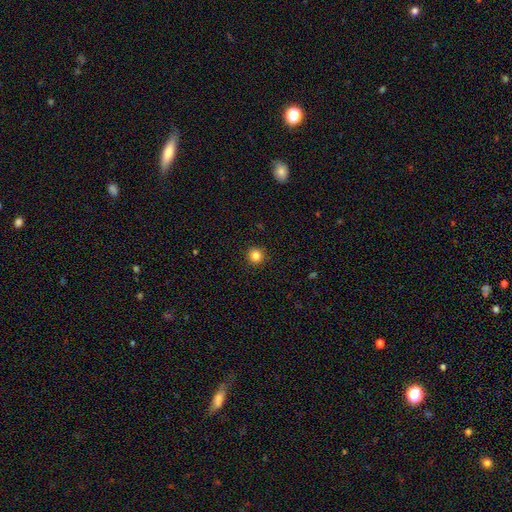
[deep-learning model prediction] Smooth or featured? Predicted: smooth (p=0.84). How rounded? Predicted: round (p=0.95). Merging? Predicted: none (p=0.93).